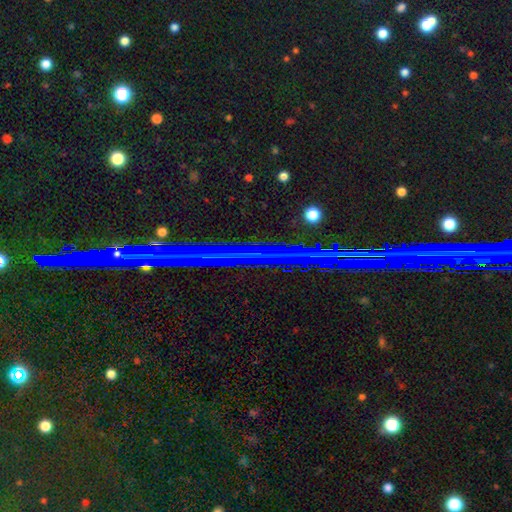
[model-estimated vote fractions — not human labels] Q: Smooth or featured?
A: star or artifact (75%); runner-up: featured or disk (14%)